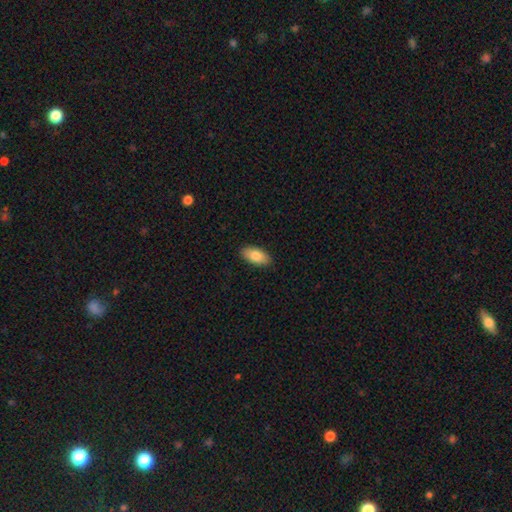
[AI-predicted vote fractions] A smooth galaxy with no disk features (84%) that is in between round and cigar-shaped (92%). Merging: none (89%).